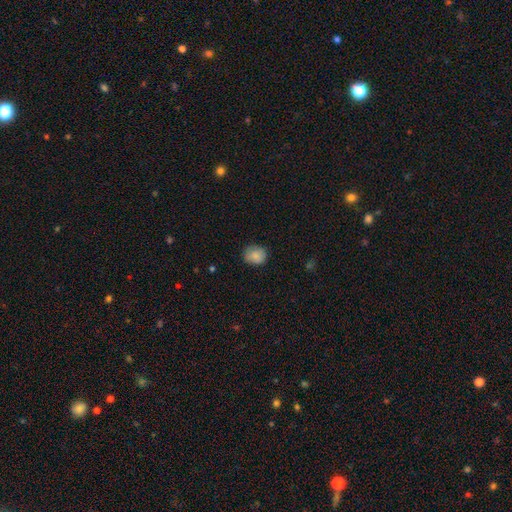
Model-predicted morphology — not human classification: Smooth or featured: smooth — 83% (featured or disk — 9%)
How rounded: round — 63% (in between — 36%)
Merging: none — 77% (minor disturbance — 19%)